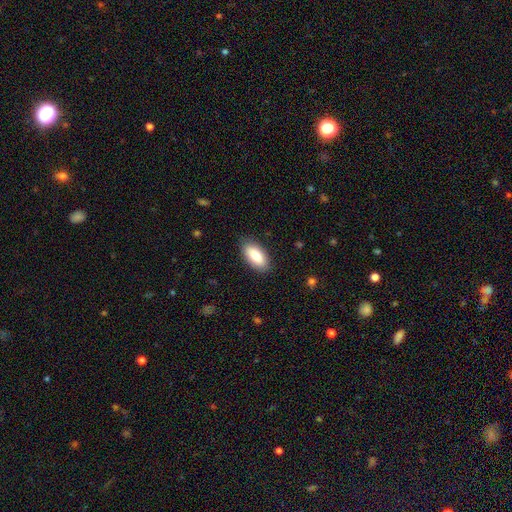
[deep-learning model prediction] smooth-or-featured: smooth: 84% | featured or disk: 10% | star or artifact: 6%
  how-rounded: in between: 91% | cigar-shaped: 7% | round: 2%
  merging: none: 86% | minor disturbance: 11% | major disturbance: 2% | merger: 1%